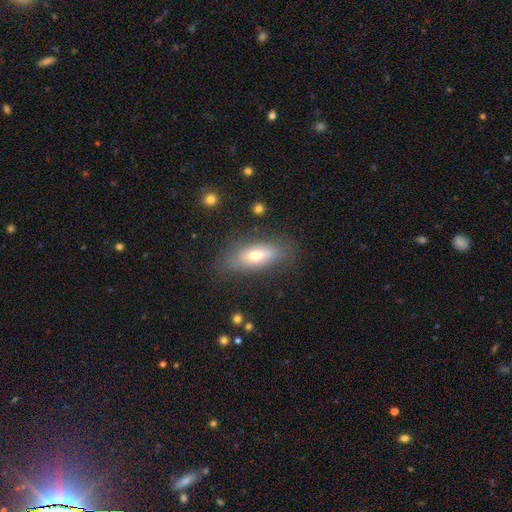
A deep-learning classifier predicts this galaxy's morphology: Q: Smooth or featured?
A: smooth (64%); runner-up: featured or disk (28%)
Q: How rounded?
A: in between (76%); runner-up: cigar-shaped (20%)
Q: Merging?
A: none (78%); runner-up: minor disturbance (15%)